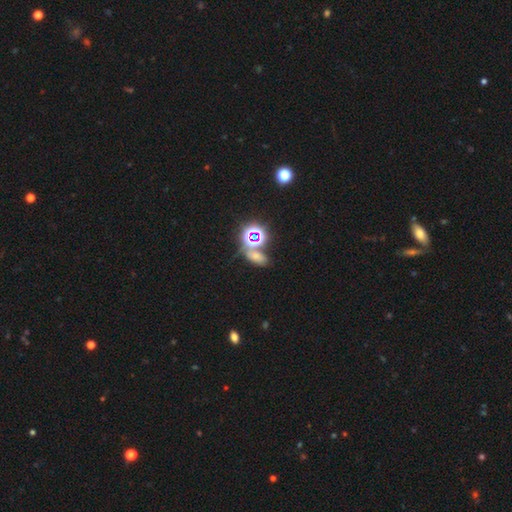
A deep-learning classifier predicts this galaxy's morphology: A smooth galaxy with no disk features (47%).

Vote fractions:
- Smooth or featured? smooth: 47% / star or artifact: 42% / featured or disk: 11%
- Merging? none: 56% / merger: 23% / minor disturbance: 13% / major disturbance: 7%